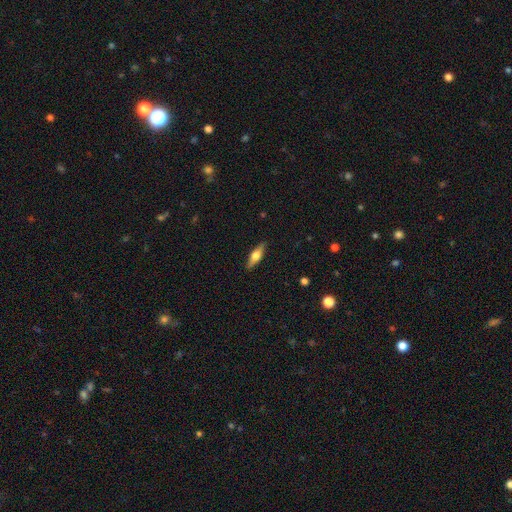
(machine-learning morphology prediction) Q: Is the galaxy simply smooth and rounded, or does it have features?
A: featured or disk — 53%.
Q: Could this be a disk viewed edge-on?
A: yes — 94%.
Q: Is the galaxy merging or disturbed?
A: none — 87%.